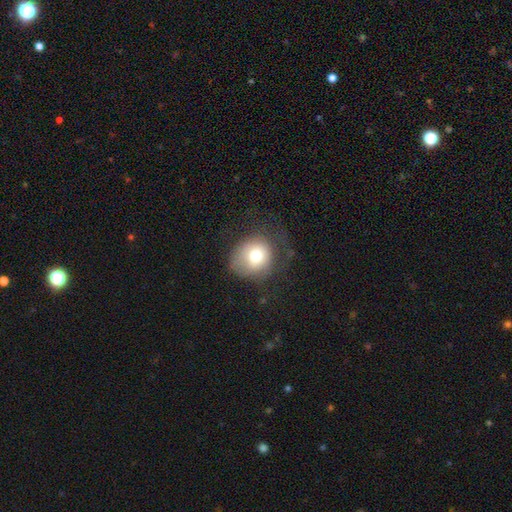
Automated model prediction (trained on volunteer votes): The model was most divided on "merging": none: 52%, minor disturbance: 26%, major disturbance: 20%, merger: 2%. More confident: how rounded — round (75%); smooth or featured — smooth (74%).